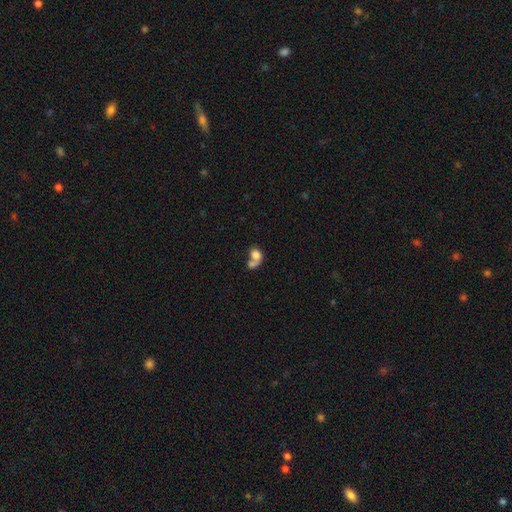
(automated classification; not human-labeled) Smooth or featured?
  - smooth: 71% *
  - featured or disk: 20%
  - star or artifact: 9%
How rounded?
  - in between: 56% *
  - round: 43%
  - cigar-shaped: 1%
Merging?
  - merger: 63% *
  - none: 18%
  - major disturbance: 11%
  - minor disturbance: 8%